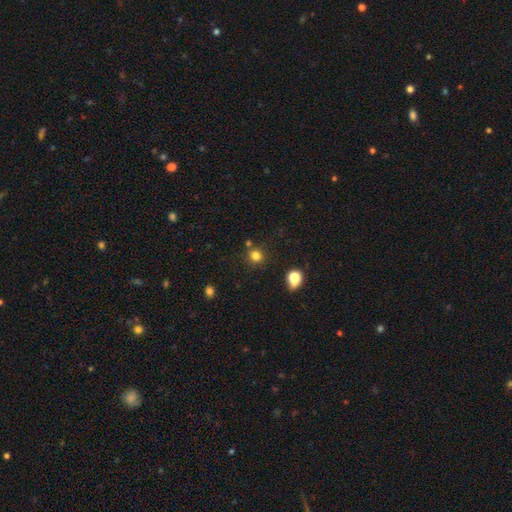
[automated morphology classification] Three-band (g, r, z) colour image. It shows a smooth galaxy with no disk features (80%) that is round (88%). Merging: none (78%).